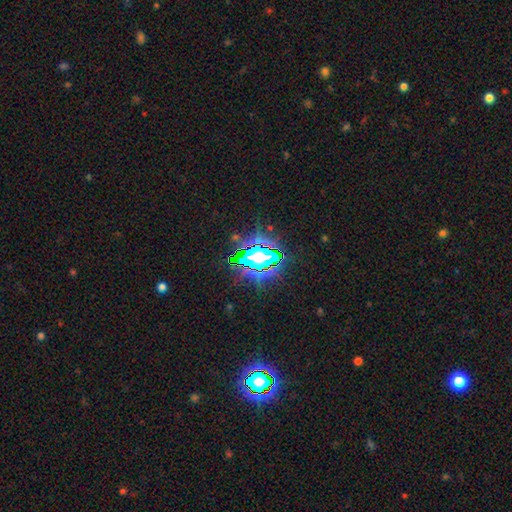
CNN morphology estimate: smooth-or-featured: star or artifact: 70% | smooth: 17% | featured or disk: 13%